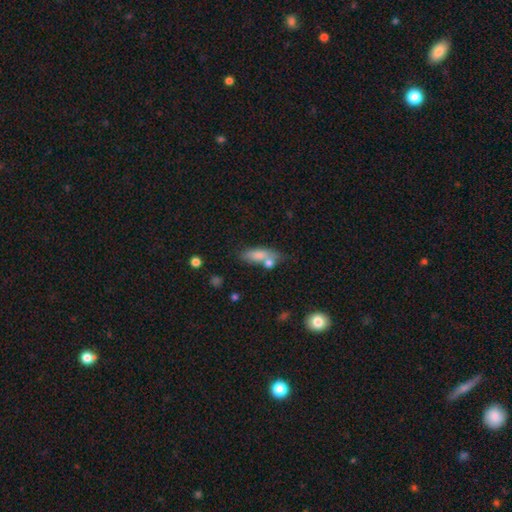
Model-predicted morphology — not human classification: smooth-or-featured: smooth: 70% | featured or disk: 19% | star or artifact: 11%
  how-rounded: in between: 57% | cigar-shaped: 38% | round: 5%
  merging: none: 58% | merger: 20% | minor disturbance: 16% | major disturbance: 6%